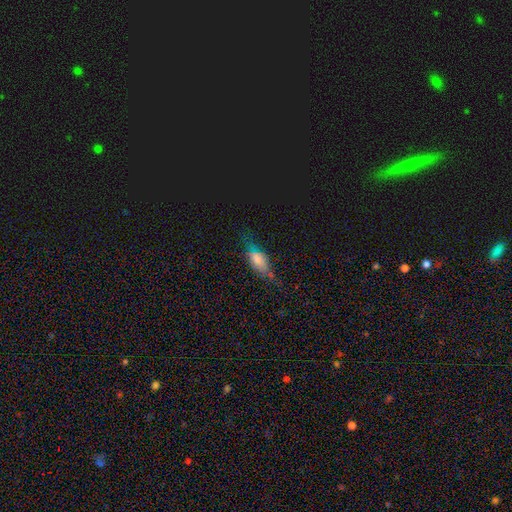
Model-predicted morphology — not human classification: smooth_or_featured: smooth (p=0.51) [alt: featured or disk p=0.29]
how_rounded: in between (p=0.65) [alt: cigar-shaped p=0.28]
merging: none (p=0.61) [alt: minor disturbance p=0.25]